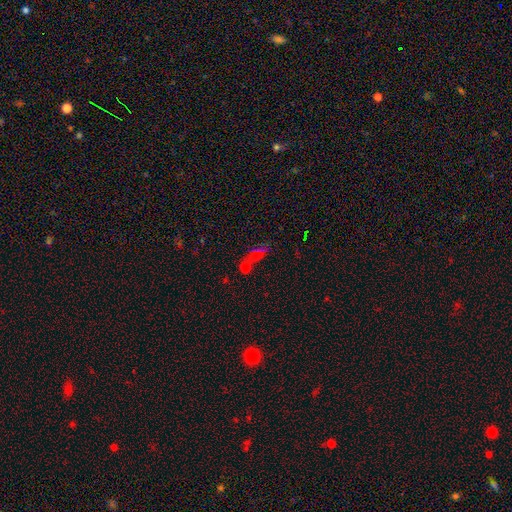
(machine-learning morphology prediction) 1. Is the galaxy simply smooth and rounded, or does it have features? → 51% smooth, 37% star or artifact, 13% featured or disk.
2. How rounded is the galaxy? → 45% in between, 40% round, 15% cigar-shaped.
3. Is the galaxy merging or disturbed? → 49% none, 32% merger, 11% minor disturbance, 8% major disturbance.